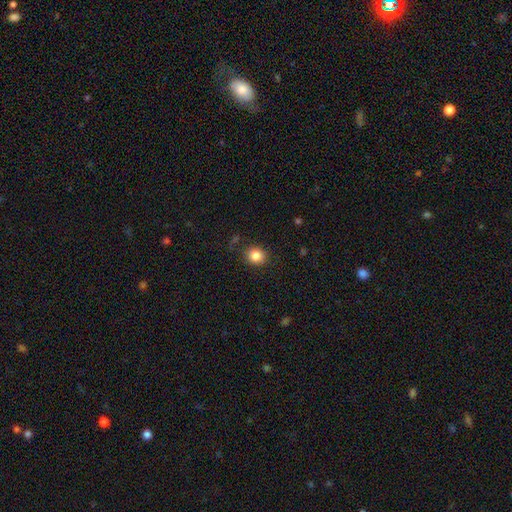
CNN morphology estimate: Overall: smooth (85%). How rounded: round (75%). Merging: none (86%).